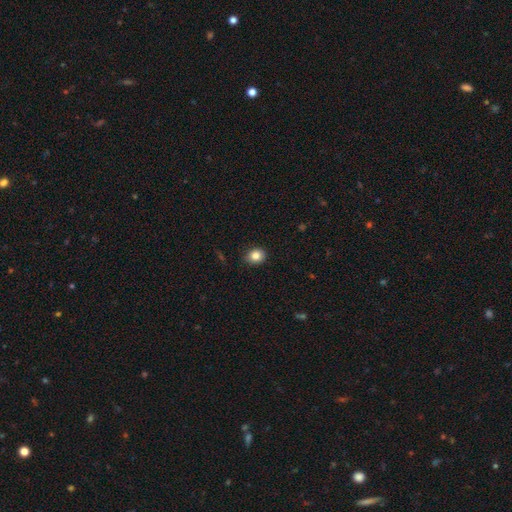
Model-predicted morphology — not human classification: A smooth galaxy with no disk features (84%) that is round (67%). Merging: none (86%).